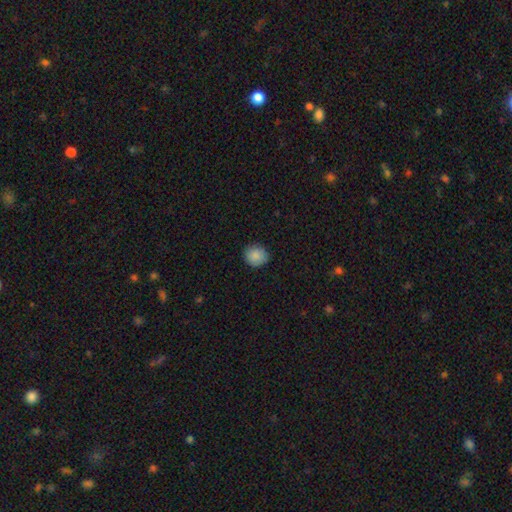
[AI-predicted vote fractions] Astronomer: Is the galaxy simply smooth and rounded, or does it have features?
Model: smooth — 88%.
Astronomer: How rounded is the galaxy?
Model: round — 88%.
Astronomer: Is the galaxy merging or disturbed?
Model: none — 89%.